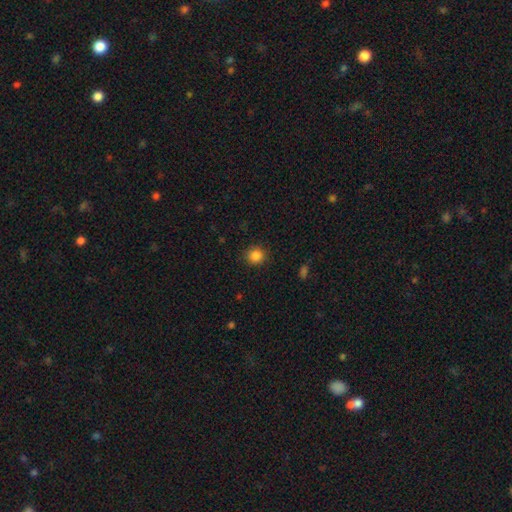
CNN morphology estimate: This is clearly a smooth galaxy (86%). How rounded: clearly round (89%). Merging: clearly none (90%).